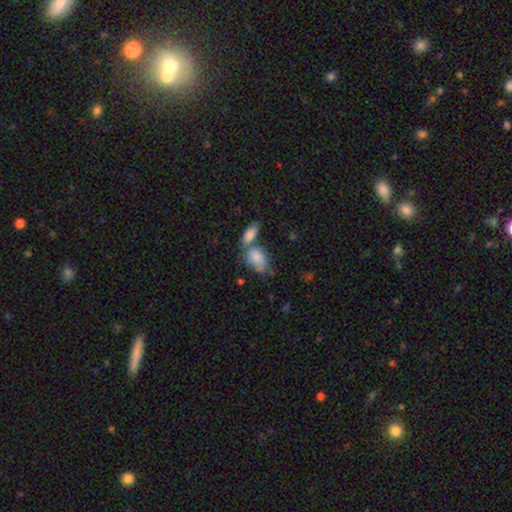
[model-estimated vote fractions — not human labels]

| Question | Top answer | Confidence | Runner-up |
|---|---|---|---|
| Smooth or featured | smooth | 60% | featured or disk (22%) |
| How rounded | in between | 78% | round (17%) |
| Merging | none | 42% | merger (39%) |